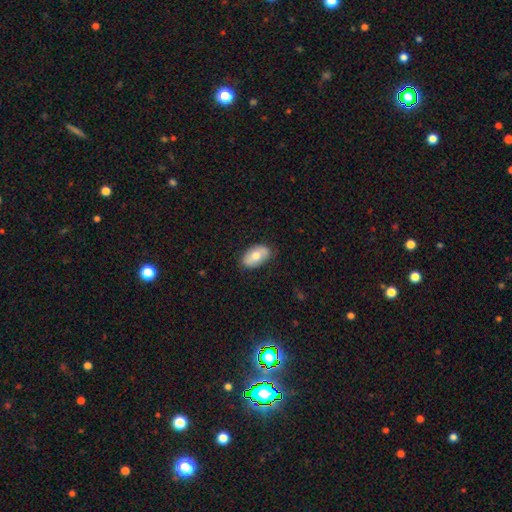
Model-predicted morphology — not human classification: Smooth or featured? Predicted: smooth (p=0.67). How rounded? Predicted: in between (p=0.92). Merging? Predicted: none (p=0.81).